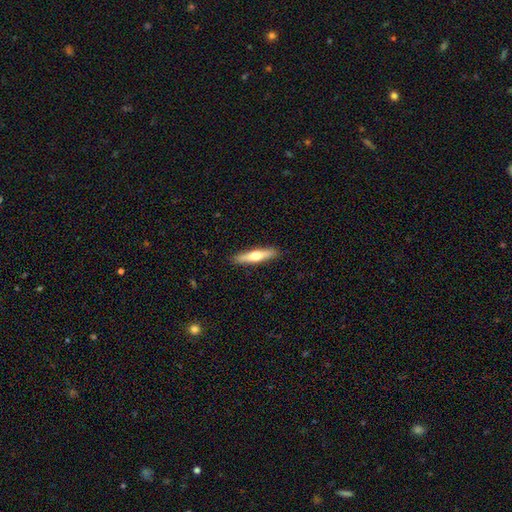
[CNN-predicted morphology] Overall: smooth (50%; featured or disk 45%). Merging: none (90%).